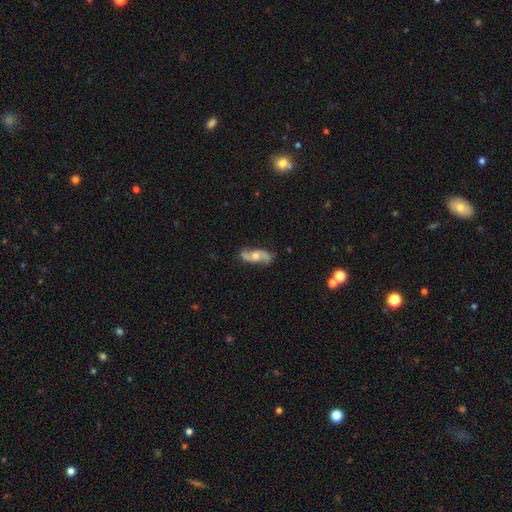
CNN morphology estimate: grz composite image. It shows a featured or disk galaxy (82%) with no bar (60%), 2 (92%) loose (53%) spiral arms (94%) and a moderate central bulge (63%). Merging: none (80%).